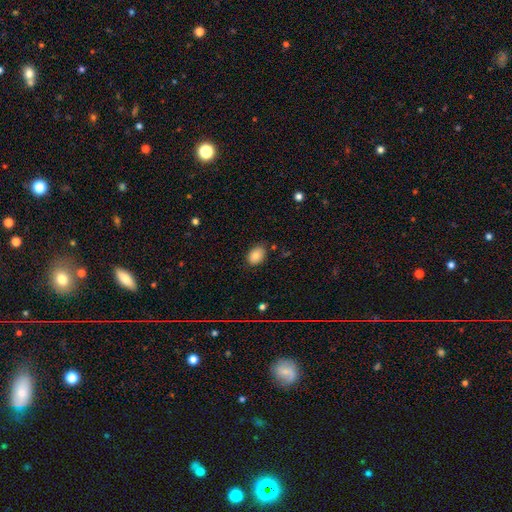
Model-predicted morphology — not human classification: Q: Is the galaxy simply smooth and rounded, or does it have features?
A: smooth — 84%.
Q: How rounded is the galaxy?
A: in between — 78%.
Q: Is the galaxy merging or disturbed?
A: none — 80%.